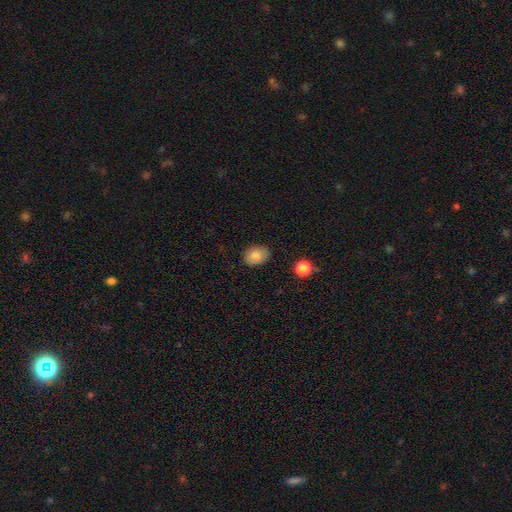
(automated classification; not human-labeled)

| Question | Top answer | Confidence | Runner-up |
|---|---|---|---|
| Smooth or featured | smooth | 83% | star or artifact (9%) |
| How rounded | in between | 65% | round (35%) |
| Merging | none | 82% | minor disturbance (14%) |